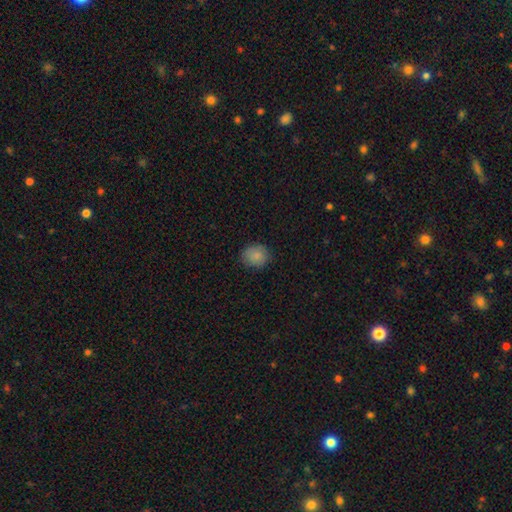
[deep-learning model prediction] Q: Smooth or featured?
A: smooth (85%); runner-up: star or artifact (8%)
Q: How rounded?
A: round (68%); runner-up: in between (31%)
Q: Merging?
A: none (82%); runner-up: minor disturbance (14%)